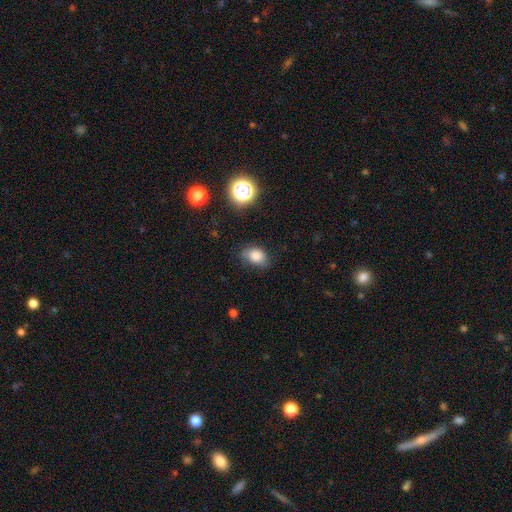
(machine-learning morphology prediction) Smooth or featured?
  - smooth: 80% *
  - star or artifact: 11%
  - featured or disk: 8%
How rounded?
  - in between: 74% *
  - round: 25%
  - cigar-shaped: 1%
Merging?
  - none: 67% *
  - minor disturbance: 25%
  - major disturbance: 6%
  - merger: 2%